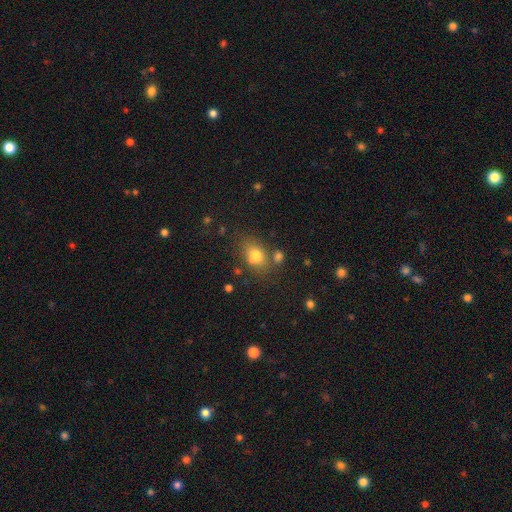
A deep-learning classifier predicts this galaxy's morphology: Smooth or featured: smooth — 76% (star or artifact — 13%)
How rounded: in between — 65% (round — 34%)
Merging: none — 59% (minor disturbance — 18%)